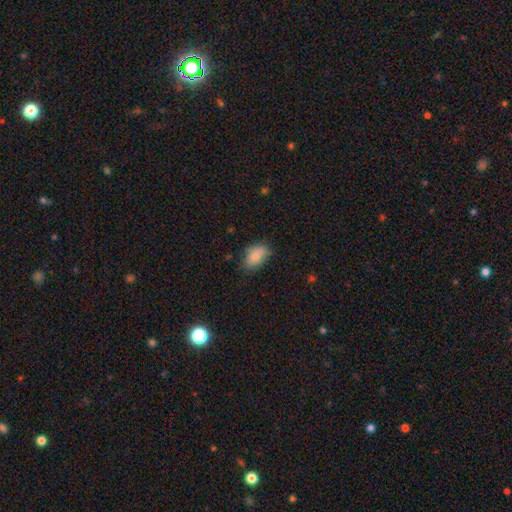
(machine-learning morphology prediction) type=smooth (81%); roundness=in between (86%); merging=none (59%).